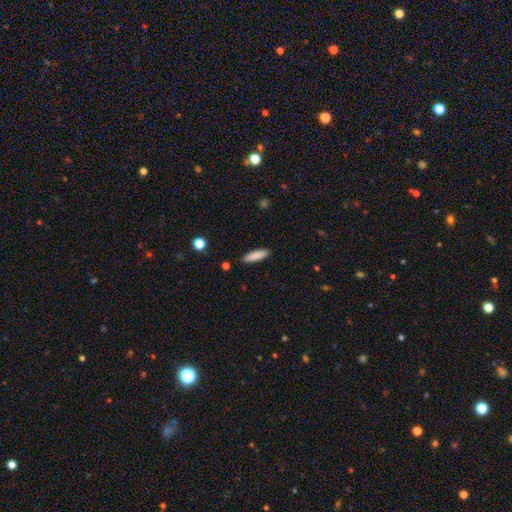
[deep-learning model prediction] This appears to be a smooth galaxy with no disk features (87%) that is cigar-shaped (67%). Merging: none (89%).